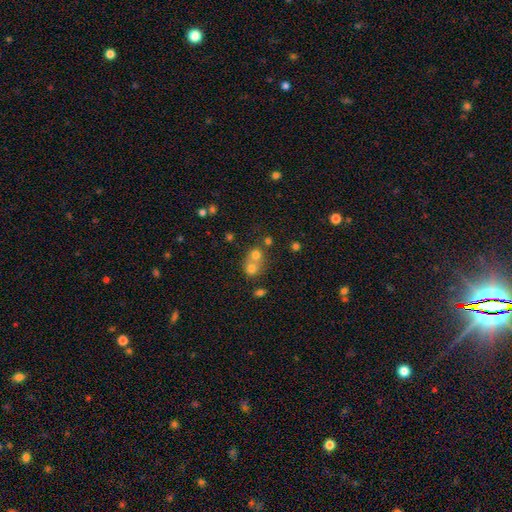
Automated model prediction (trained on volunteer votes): A smooth galaxy with no disk features (69%) that is round (80%).

Vote fractions:
- Smooth or featured? smooth: 69% / featured or disk: 16% / star or artifact: 15%
- How rounded? round: 80% / in between: 19% / cigar-shaped: 1%
- Merging? merger: 59% / none: 34% / minor disturbance: 5% / major disturbance: 3%